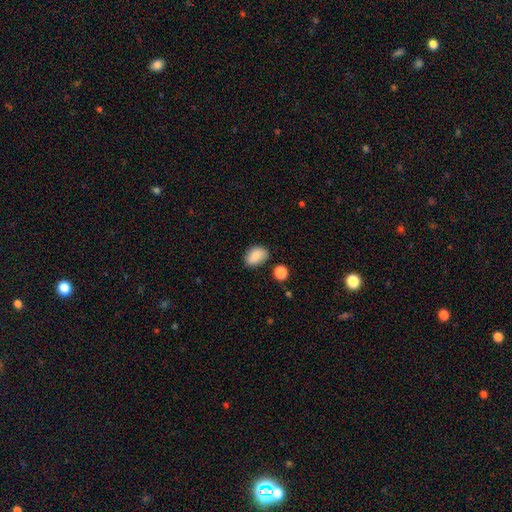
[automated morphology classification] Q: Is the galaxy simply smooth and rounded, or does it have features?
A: smooth — 83%.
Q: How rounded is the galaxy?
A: in between — 80%.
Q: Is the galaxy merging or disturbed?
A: none — 73%.